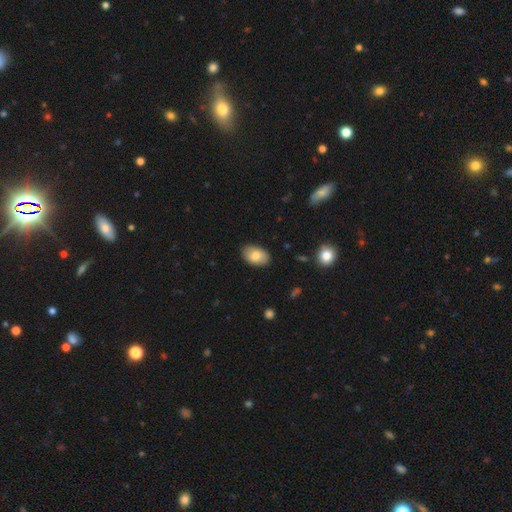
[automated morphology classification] Overall: smooth (81%). How rounded: in between (91%). Merging: none (85%).